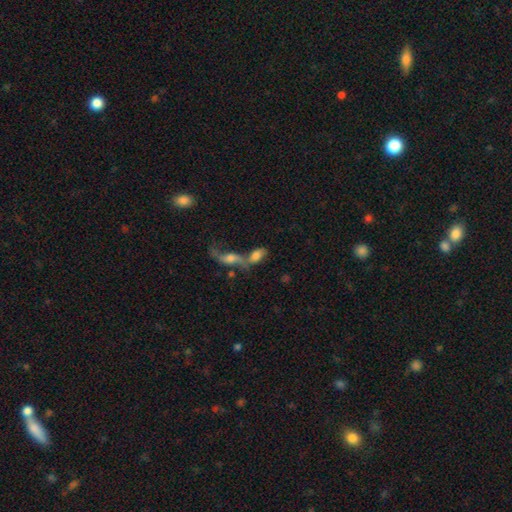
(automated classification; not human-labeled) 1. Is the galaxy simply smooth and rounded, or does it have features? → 61% smooth, 28% featured or disk, 11% star or artifact.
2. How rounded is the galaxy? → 83% in between, 10% cigar-shaped, 7% round.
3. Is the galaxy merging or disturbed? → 63% merger, 21% none, 8% minor disturbance, 8% major disturbance.